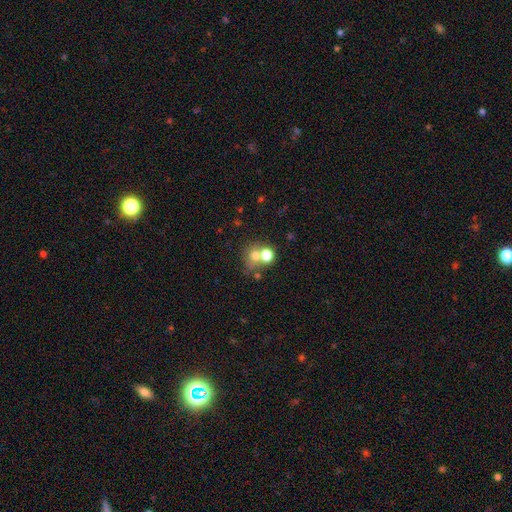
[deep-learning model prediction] This is likely a smooth galaxy (66%). How rounded: likely round (75%). Merging: possibly merger (45%).